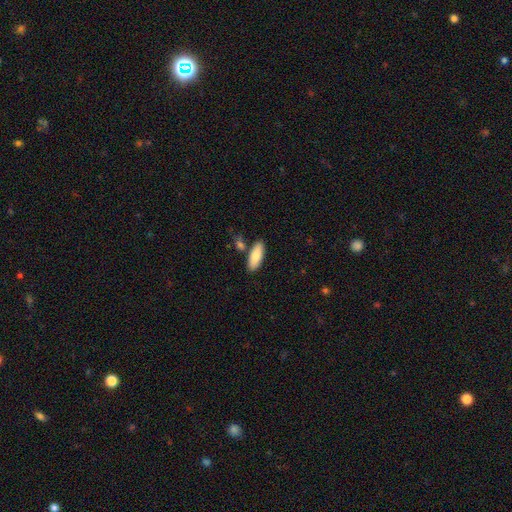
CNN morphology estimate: Overall: smooth (83%). How rounded: in between (70%). Merging: none (79%).